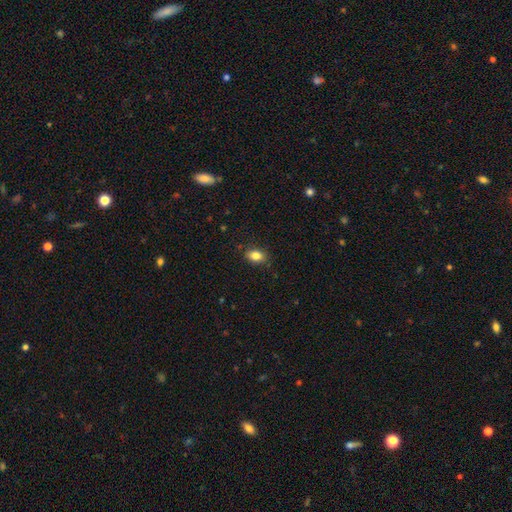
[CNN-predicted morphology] This is clearly a smooth galaxy (84%). How rounded: clearly in between (80%). Merging: clearly none (85%).